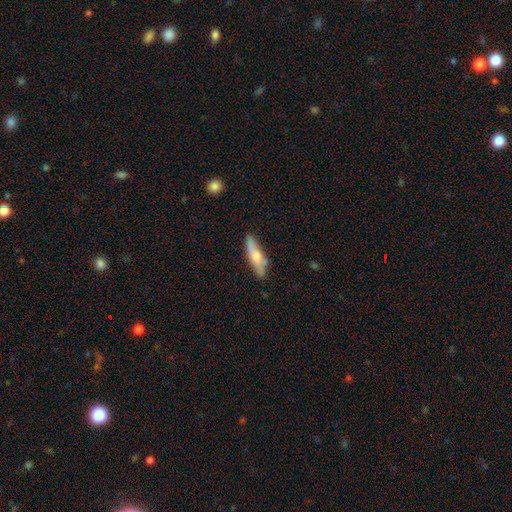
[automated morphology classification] Smooth or featured?
  - smooth: 60% *
  - featured or disk: 34%
  - star or artifact: 6%
How rounded?
  - cigar-shaped: 64% *
  - in between: 34%
  - round: 2%
Merging?
  - none: 71% *
  - minor disturbance: 20%
  - merger: 4%
  - major disturbance: 4%